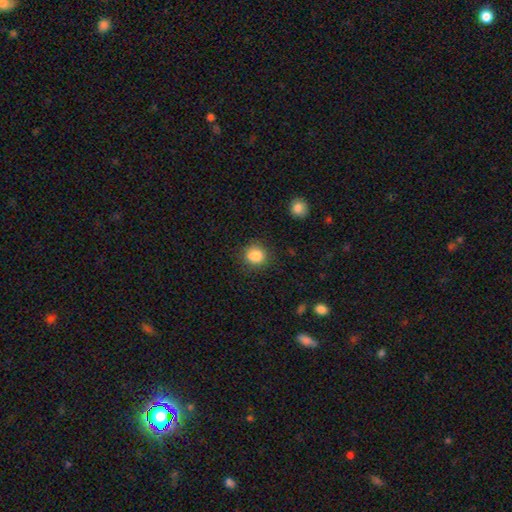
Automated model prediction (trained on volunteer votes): The model was most divided on "merging": none: 81%, minor disturbance: 13%, major disturbance: 4%, merger: 2%. More confident: smooth or featured — smooth (85%); how rounded — round (85%).